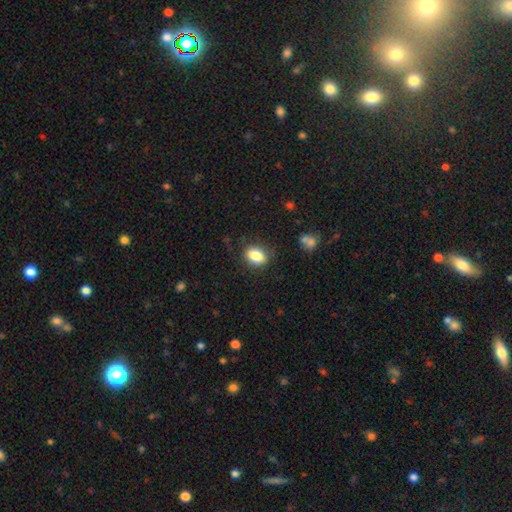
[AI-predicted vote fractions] smooth-or-featured: smooth: 85% | star or artifact: 9% | featured or disk: 7%
  how-rounded: in between: 76% | round: 23% | cigar-shaped: 1%
  merging: none: 83% | minor disturbance: 12% | major disturbance: 3% | merger: 2%